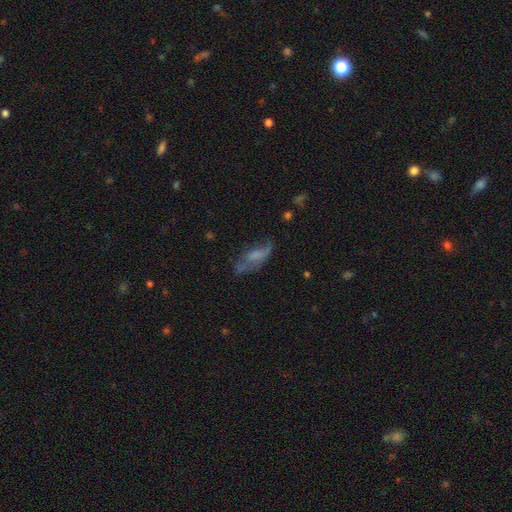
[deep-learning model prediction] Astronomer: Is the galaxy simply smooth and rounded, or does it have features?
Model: featured or disk — 45% (runner-up: smooth, 42%).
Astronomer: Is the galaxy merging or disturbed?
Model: none — 39% (runner-up: major disturbance, 30%).